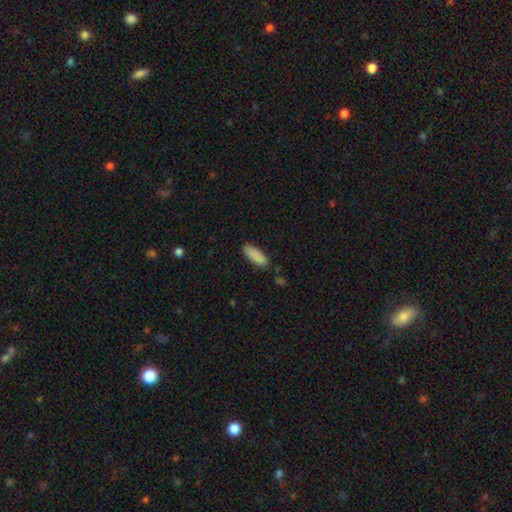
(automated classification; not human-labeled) This is clearly a smooth galaxy (89%). How rounded: likely in between (68%). Merging: clearly none (84%).